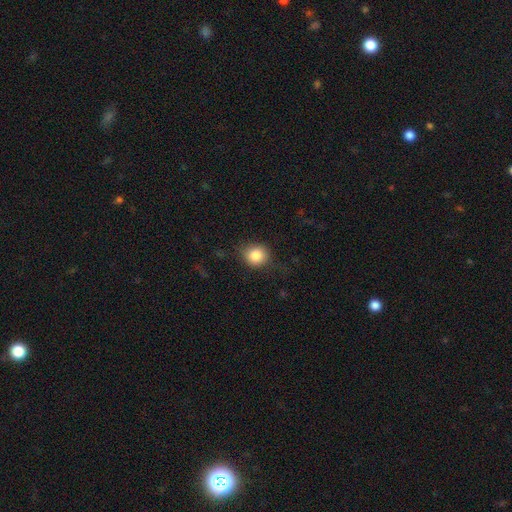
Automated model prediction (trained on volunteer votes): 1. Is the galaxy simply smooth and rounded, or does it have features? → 84% smooth, 10% star or artifact, 7% featured or disk.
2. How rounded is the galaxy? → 85% round, 14% in between, 1% cigar-shaped.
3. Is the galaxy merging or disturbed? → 76% none, 17% minor disturbance, 5% major disturbance, 1% merger.